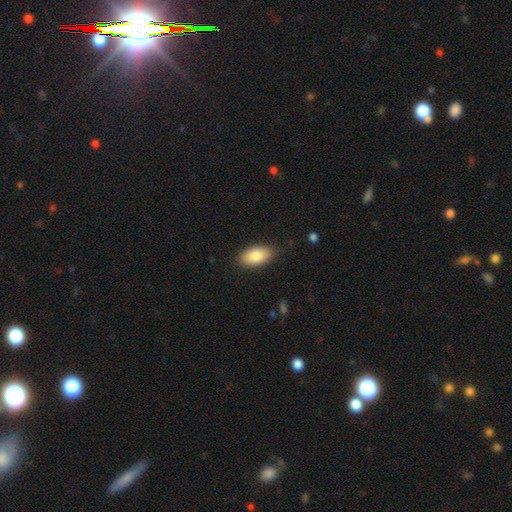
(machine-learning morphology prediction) The model was most divided on "merging": none: 86%, minor disturbance: 11%, major disturbance: 2%, merger: 1%. More confident: how rounded — in between (94%); smooth or featured — smooth (85%).